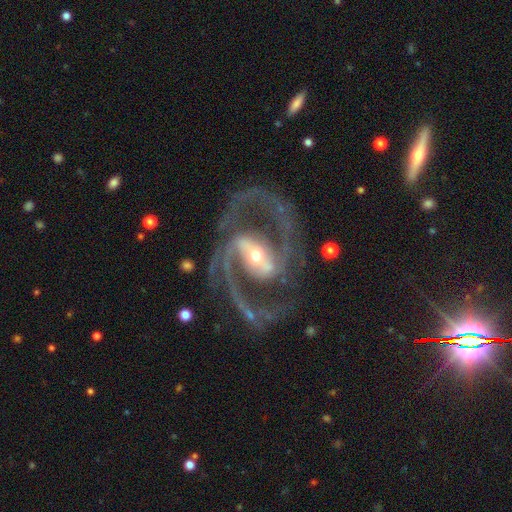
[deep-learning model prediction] Smooth or featured: featured or disk — 93% (star or artifact — 4%)
Edge-on disk: no — 98% (yes — 2%)
Bar: strong — 58% (weak — 29%)
Spiral arms: yes — 98% (no — 2%)
Spiral winding: medium — 64% (loose — 19%)
Spiral arm count: 2 — 88% (3 — 5%)
Bulge size: moderate — 53% (small — 39%)
Merging: none — 74% (minor disturbance — 13%)